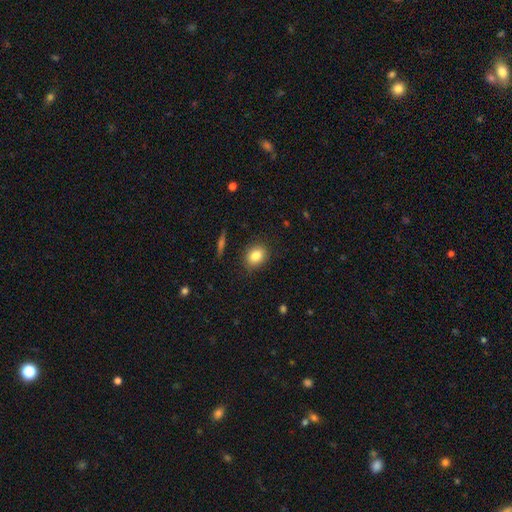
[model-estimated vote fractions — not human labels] This appears to be a smooth galaxy with no disk features (83%) that is in between round and cigar-shaped (54%). Merging: none (85%).